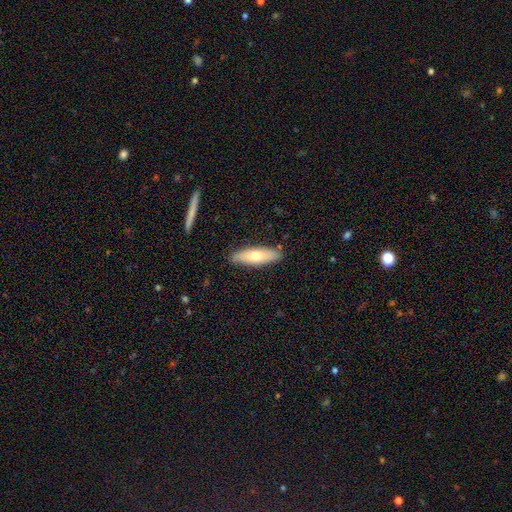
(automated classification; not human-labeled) A smooth galaxy with no disk features (63%) that is cigar-shaped (56%). Merging: none (87%).